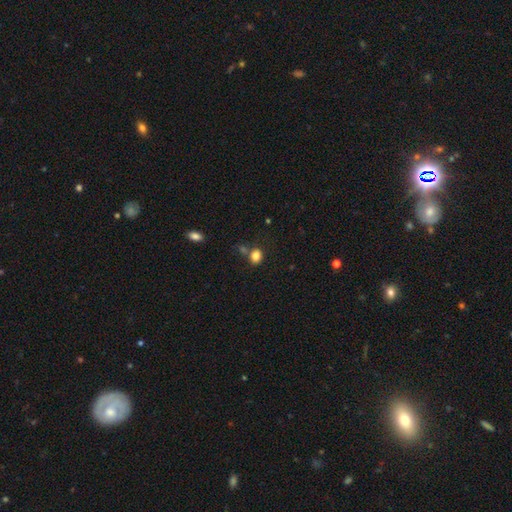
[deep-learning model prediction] smooth-or-featured: smooth: 83% | star or artifact: 11% | featured or disk: 6%
  how-rounded: in between: 57% | round: 42% | cigar-shaped: 1%
  merging: none: 63% | merger: 18% | minor disturbance: 15% | major disturbance: 5%